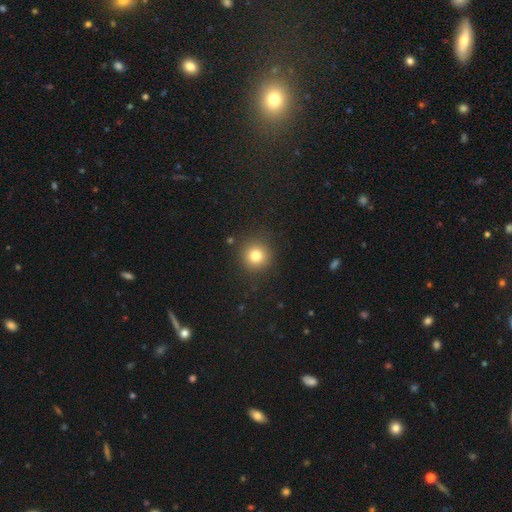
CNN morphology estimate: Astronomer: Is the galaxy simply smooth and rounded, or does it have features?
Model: smooth — 79%.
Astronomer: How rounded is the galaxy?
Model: round — 93%.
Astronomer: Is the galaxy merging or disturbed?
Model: none — 88%.